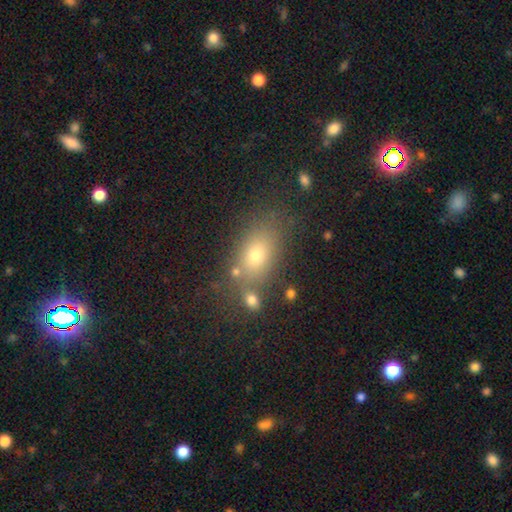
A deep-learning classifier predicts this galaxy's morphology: smooth_or_featured: smooth (p=0.73) [alt: featured or disk p=0.14]
how_rounded: in between (p=0.81) [alt: round p=0.15]
merging: none (p=0.68) [alt: minor disturbance p=0.14]